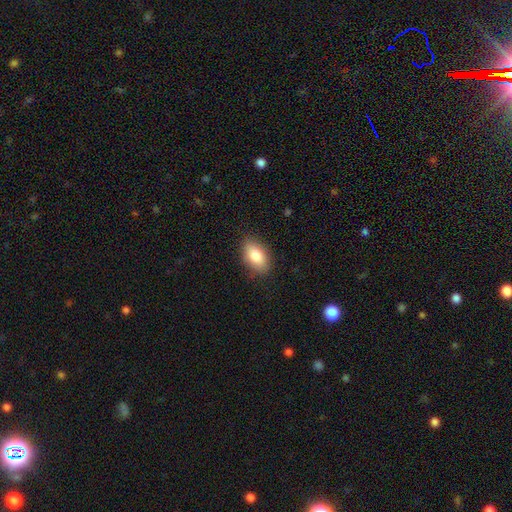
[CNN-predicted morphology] Smooth or featured?
  - smooth: 82% *
  - featured or disk: 11%
  - star or artifact: 7%
How rounded?
  - in between: 90% *
  - round: 7%
  - cigar-shaped: 3%
Merging?
  - none: 86% *
  - minor disturbance: 11%
  - major disturbance: 3%
  - merger: 1%